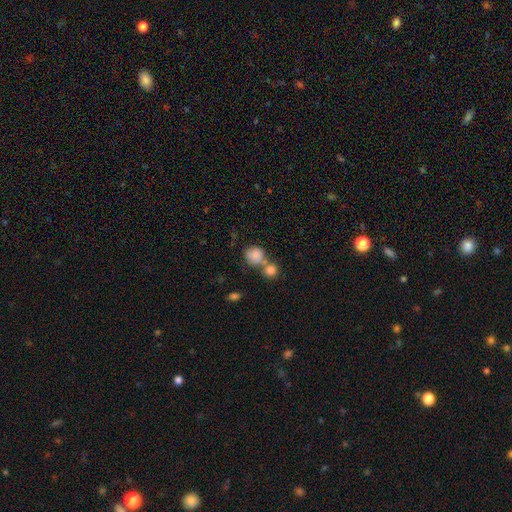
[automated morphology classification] Smooth or featured: smooth — 82% (star or artifact — 9%)
How rounded: round — 78% (in between — 21%)
Merging: merger — 44% (none — 39%)